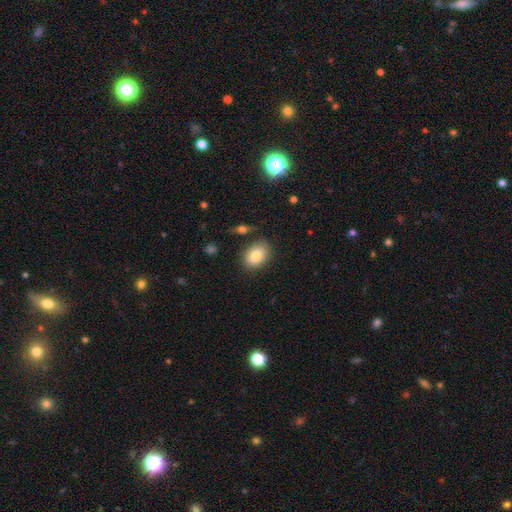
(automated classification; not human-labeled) Smooth or featured? Predicted: smooth (p=0.82). How rounded? Predicted: in between (p=0.77). Merging? Predicted: none (p=0.80).